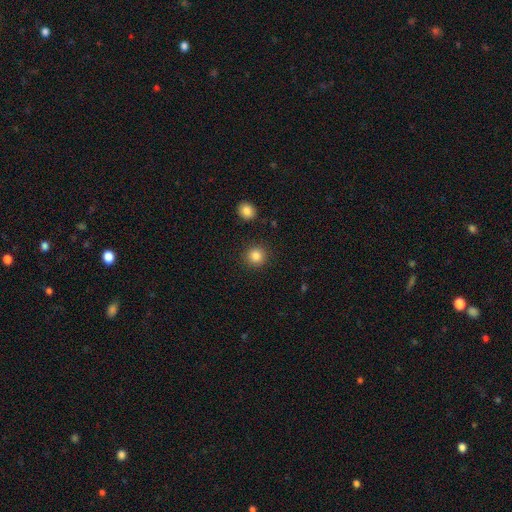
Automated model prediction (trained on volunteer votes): A smooth galaxy with no disk features (86%) that is round (93%). Merging: none (90%).